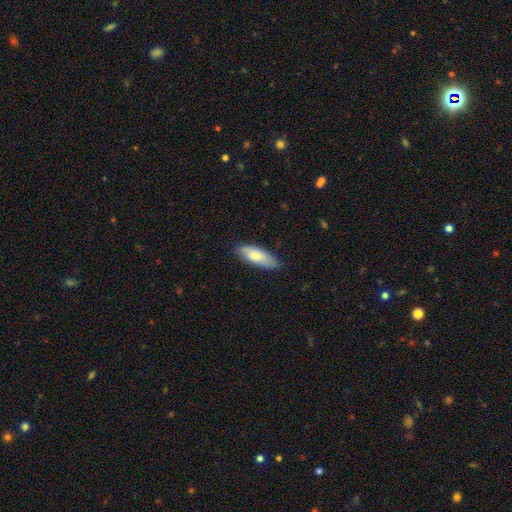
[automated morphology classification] smooth 78%, featured or disk 16%, star or artifact 5%. Down the decision tree: how rounded — in between (67%); merging — none (80%).